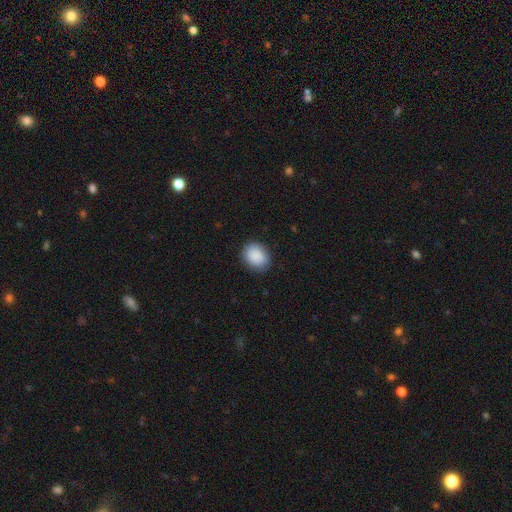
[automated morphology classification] Smooth or featured? Predicted: smooth (p=0.89). How rounded? Predicted: in between (p=0.50, tied with round). Merging? Predicted: none (p=0.85).